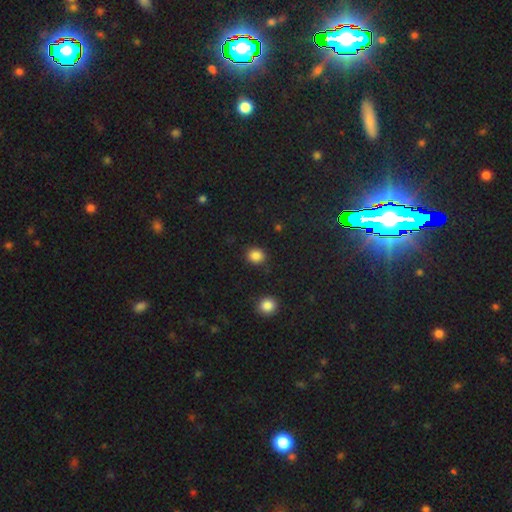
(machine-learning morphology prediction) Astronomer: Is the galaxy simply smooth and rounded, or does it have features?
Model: smooth — 86%.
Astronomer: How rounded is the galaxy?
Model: round — 72%.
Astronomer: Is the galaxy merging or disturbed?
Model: none — 86%.